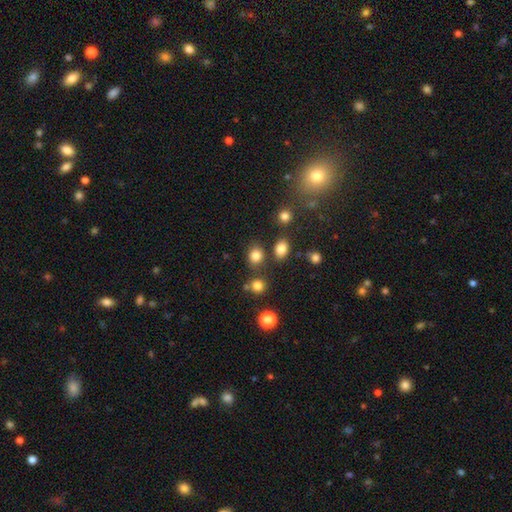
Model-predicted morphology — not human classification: Smooth or featured? Predicted: smooth (p=0.81). How rounded? Predicted: round (p=0.68). Merging? Predicted: none (p=0.76).